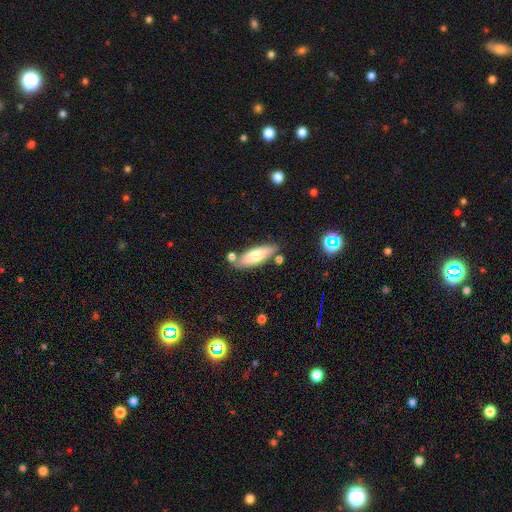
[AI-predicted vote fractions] This is likely a smooth galaxy (68%). How rounded: possibly in between (55%). Merging: likely none (72%).